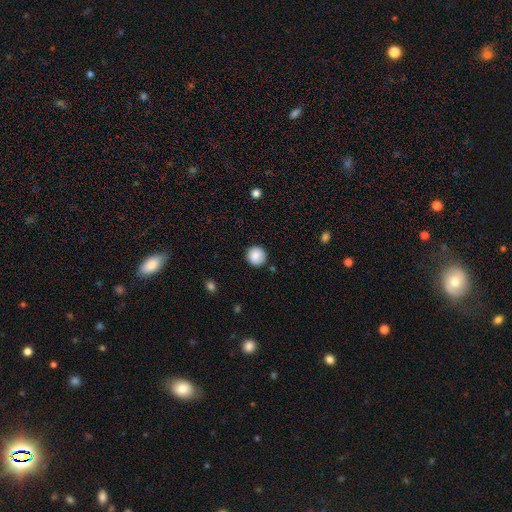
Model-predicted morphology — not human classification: smooth-or-featured: smooth: 87% | star or artifact: 8% | featured or disk: 5%
  how-rounded: round: 95% | in between: 4% | cigar-shaped: 1%
  merging: none: 89% | minor disturbance: 8% | major disturbance: 2% | merger: 1%